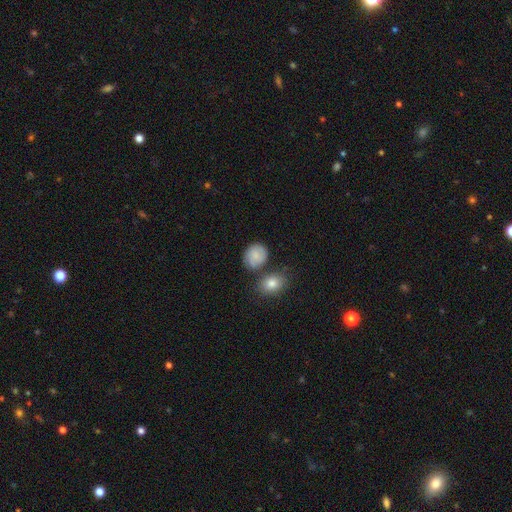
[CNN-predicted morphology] Smooth or featured? smooth (73%)
How rounded? round (60%)
Merging? none (67%)